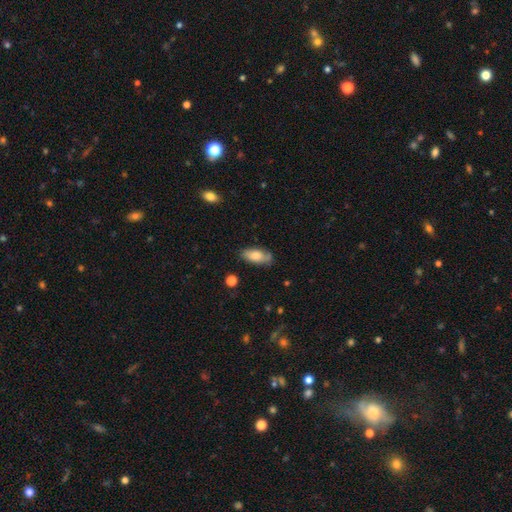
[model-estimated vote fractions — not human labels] A smooth galaxy with no disk features (74%) that is in between round and cigar-shaped (86%). Merging: none (68%).